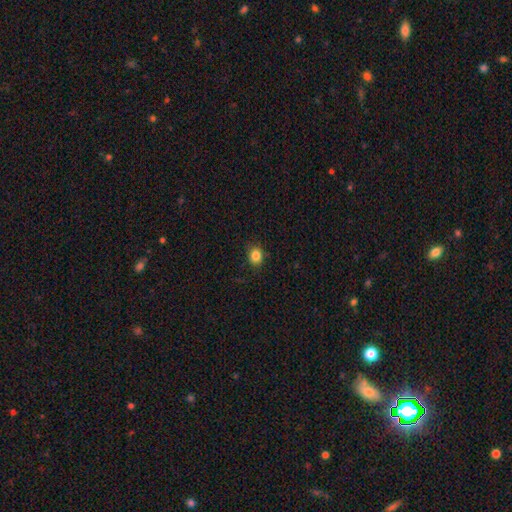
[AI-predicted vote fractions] A smooth galaxy with no disk features (84%) that is round (66%). Merging: none (87%).